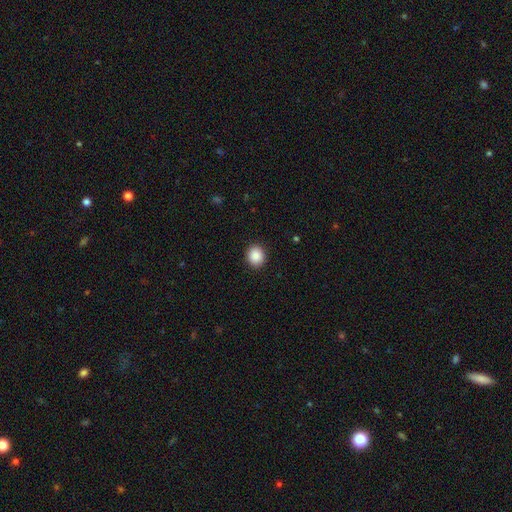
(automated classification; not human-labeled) A smooth galaxy with no disk features (89%) that is round (80%).

Vote fractions:
- Smooth or featured? smooth: 89% / star or artifact: 9% / featured or disk: 3%
- How rounded? round: 80% / in between: 20% / cigar-shaped: 1%
- Merging? none: 92% / minor disturbance: 6% / major disturbance: 2% / merger: 1%